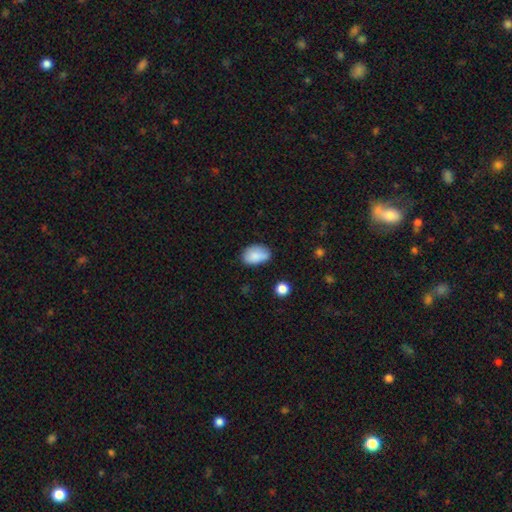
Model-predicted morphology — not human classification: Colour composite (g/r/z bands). It shows a smooth galaxy with no disk features (85%) that is in between round and cigar-shaped (89%). Merging: none (62%).